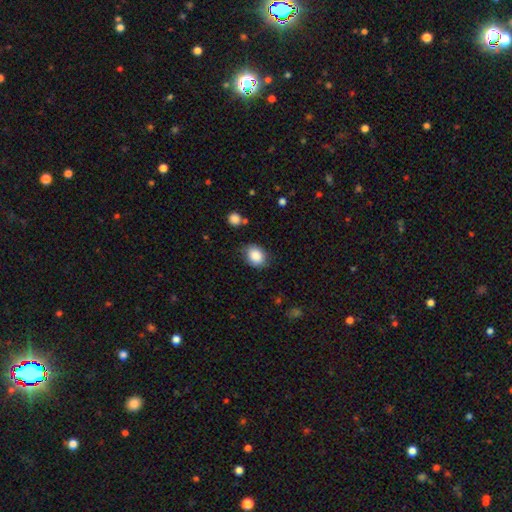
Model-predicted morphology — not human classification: smooth 87%, star or artifact 8%, featured or disk 5%. Down the decision tree: how rounded — in between (56%); merging — none (75%).